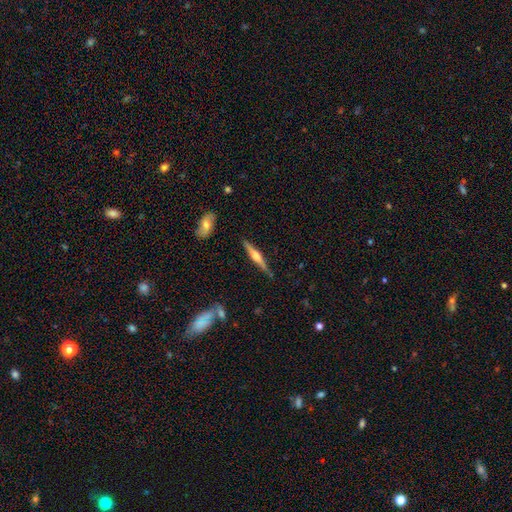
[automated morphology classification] type=featured or disk (67%); edge-on=yes (98%); edge-on bulge=rounded (84%); merging=none (87%).